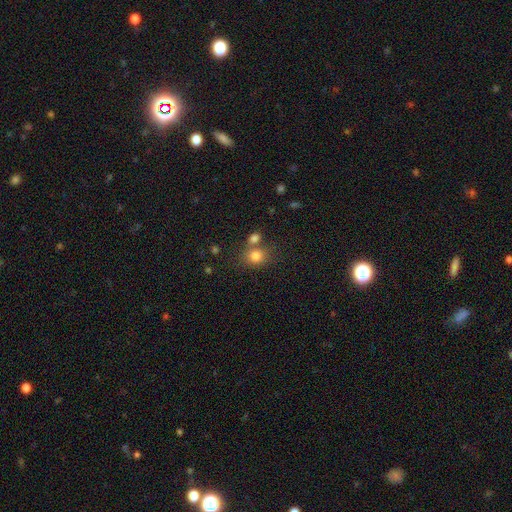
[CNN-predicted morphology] type=smooth (80%); roundness=round (63%); merging=none (55%).